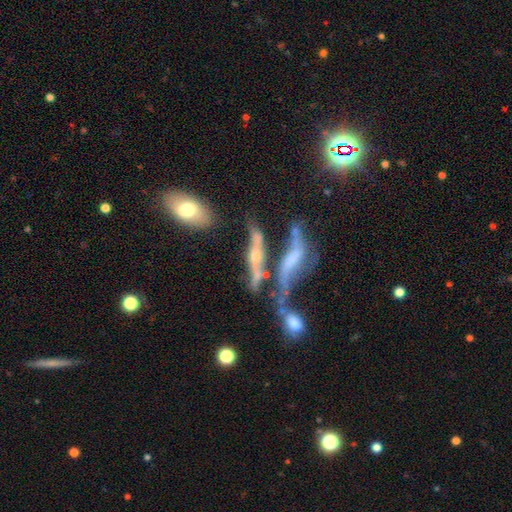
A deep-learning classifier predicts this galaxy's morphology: The model was most divided on "merging": merger: 36%, none: 33%, major disturbance: 16%, minor disturbance: 15%. More confident: smooth or featured — featured or disk (62%); edge-on disk — yes (57%).